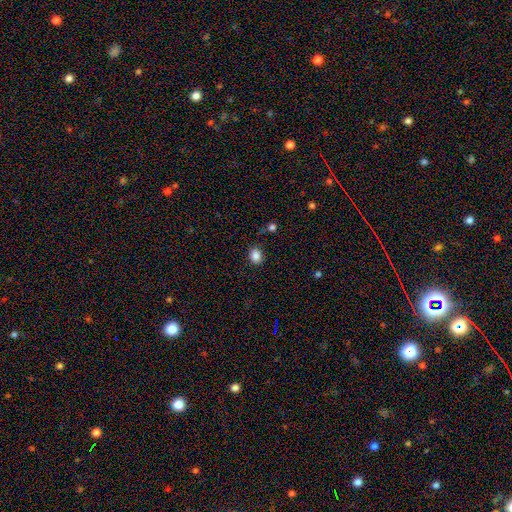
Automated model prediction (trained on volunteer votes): smooth_or_featured: smooth (p=0.85) [alt: star or artifact p=0.10]
how_rounded: round (p=0.57) [alt: in between p=0.42]
merging: none (p=0.79) [alt: minor disturbance p=0.14]